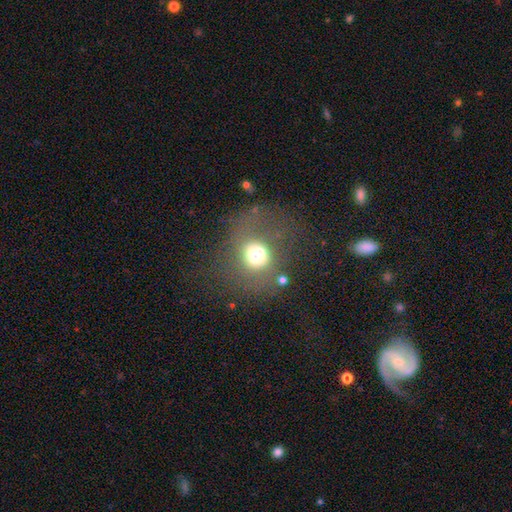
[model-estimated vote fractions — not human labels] A smooth galaxy with no disk features (58%) that is round (77%). Merging: none (36%).